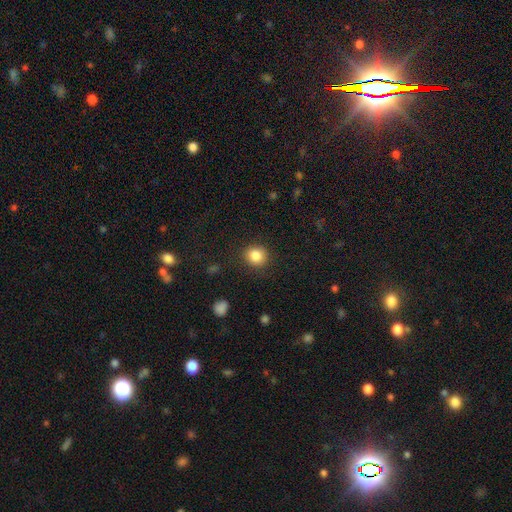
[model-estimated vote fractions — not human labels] Overall: smooth (85%). How rounded: round (84%). Merging: none (88%).